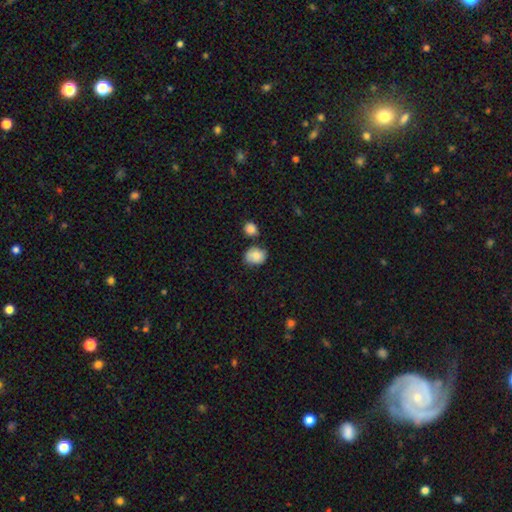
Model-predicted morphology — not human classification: Overall: smooth (83%). How rounded: round (58%; in between 41%). Merging: none (63%).